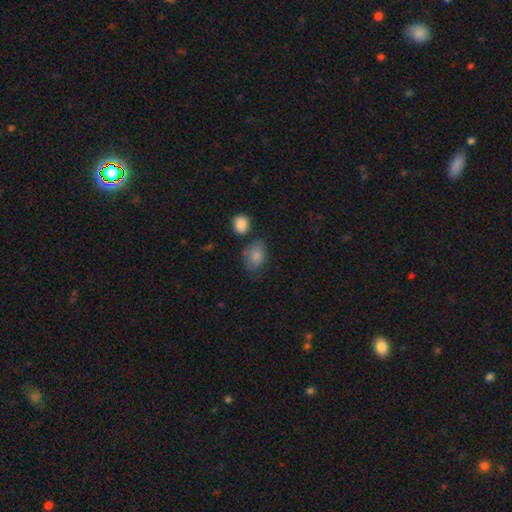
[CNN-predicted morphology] This appears to be a smooth galaxy with no disk features (83%) that is in between round and cigar-shaped (78%). Merging: none (56%).